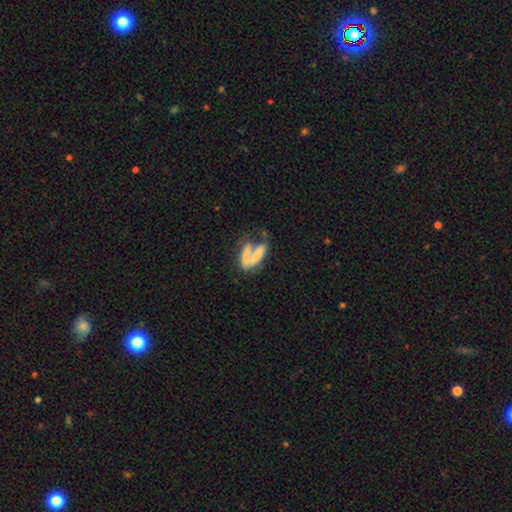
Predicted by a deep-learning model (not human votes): A smooth galaxy with no disk features (51%) that is in between round and cigar-shaped (57%).

Vote fractions:
- Smooth or featured? smooth: 51% / featured or disk: 38% / star or artifact: 11%
- How rounded? in between: 57% / cigar-shaped: 36% / round: 6%
- Merging? merger: 41% / none: 28% / major disturbance: 17% / minor disturbance: 14%